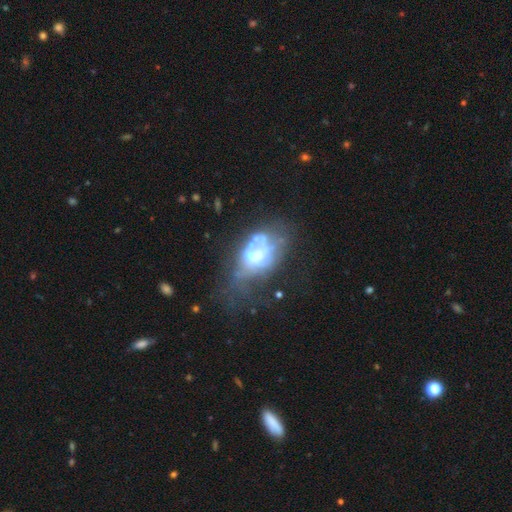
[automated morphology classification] Overall: featured or disk (60%; smooth 26%). Edge-on disk: no (95%). Bar: no (77%). Spiral arms: no (90%). Bulge size: moderate (42%; none 22%). Merging: major disturbance (37%; merger 25%).